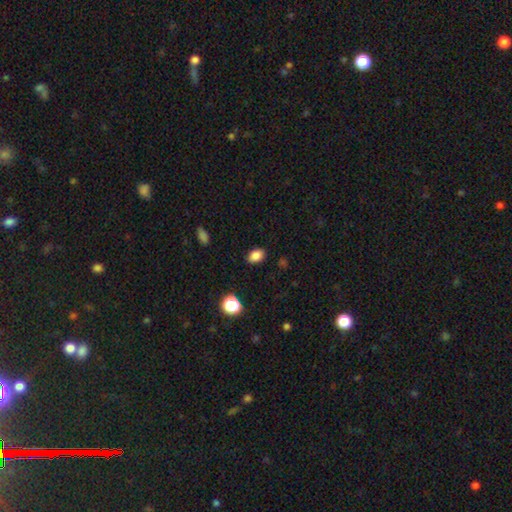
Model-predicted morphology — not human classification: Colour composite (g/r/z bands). It shows a smooth galaxy with no disk features (85%) that is in between round and cigar-shaped (80%). Merging: none (87%).